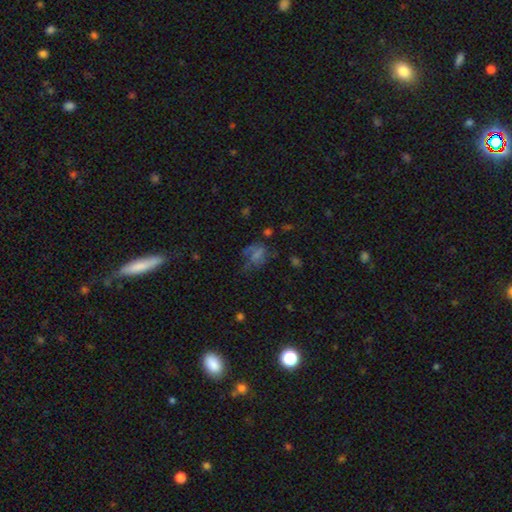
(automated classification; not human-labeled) This is marginally a smooth galaxy (37%). Merging: marginally none (42%).